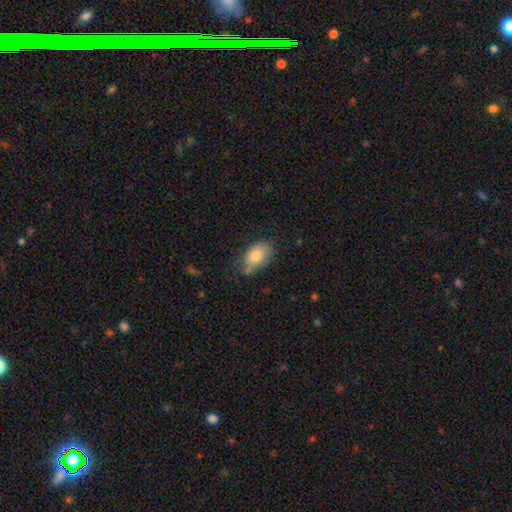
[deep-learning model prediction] Smooth or featured? smooth (80%)
How rounded? in between (90%)
Merging? none (59%)